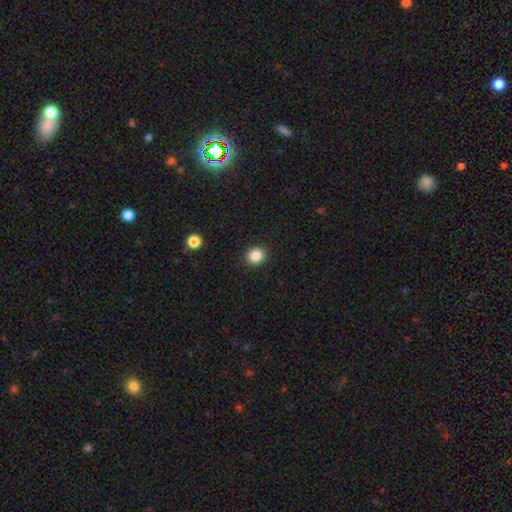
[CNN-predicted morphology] This is clearly a smooth galaxy (86%). How rounded: likely round (76%). Merging: clearly none (91%).